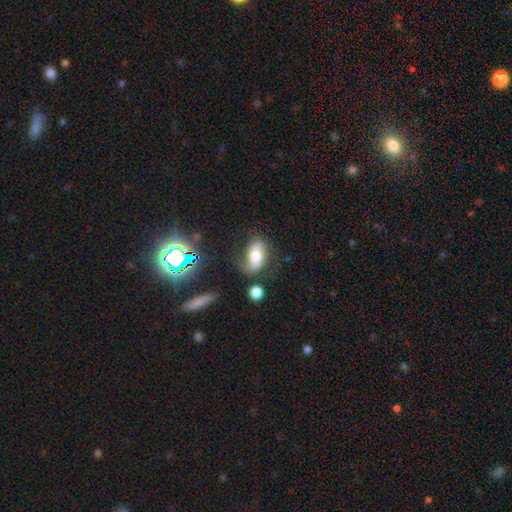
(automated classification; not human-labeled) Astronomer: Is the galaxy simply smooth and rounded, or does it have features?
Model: smooth — 53% (runner-up: featured or disk, 35%).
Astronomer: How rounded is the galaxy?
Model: in between — 87%.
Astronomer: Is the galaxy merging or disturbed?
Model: none — 58%.